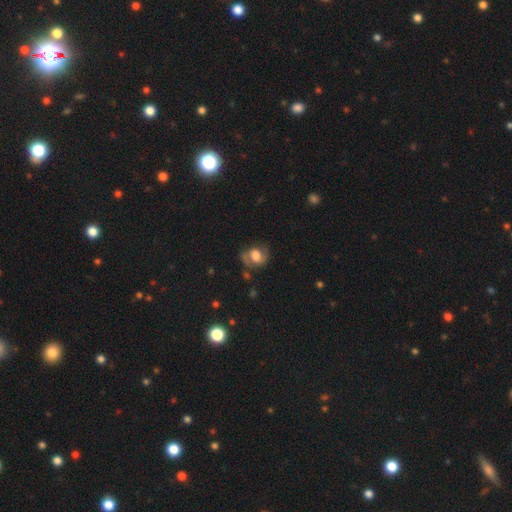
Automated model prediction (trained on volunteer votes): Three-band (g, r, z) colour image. It shows a featured or disk galaxy (50%). Merging: none (60%).